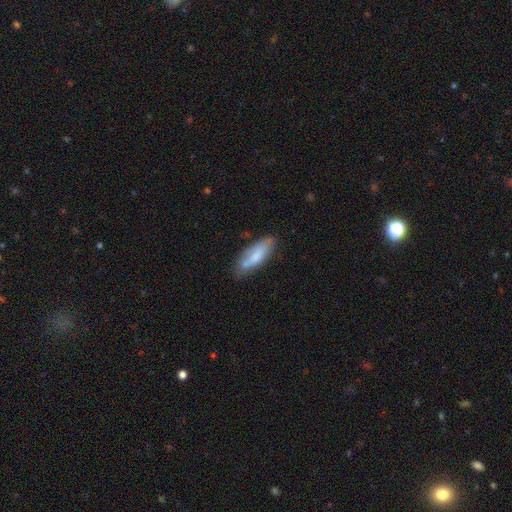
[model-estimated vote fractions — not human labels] Smooth or featured: smooth — 70% (featured or disk — 23%)
How rounded: cigar-shaped — 51% (in between — 47%)
Merging: none — 64% (minor disturbance — 24%)